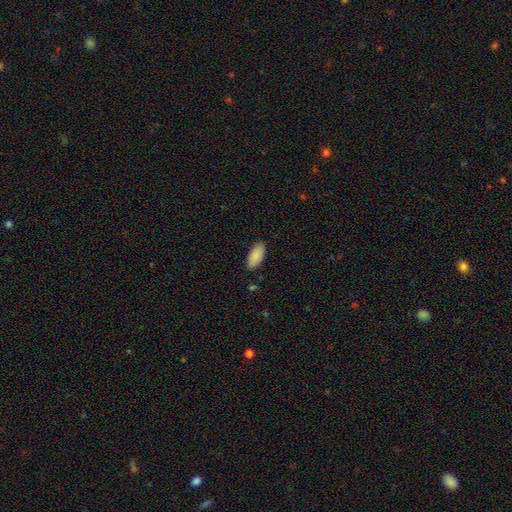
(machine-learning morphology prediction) A smooth galaxy with no disk features (89%) that is in between round and cigar-shaped (90%).

Vote fractions:
- Smooth or featured? smooth: 89% / star or artifact: 6% / featured or disk: 5%
- How rounded? in between: 90% / cigar-shaped: 8% / round: 2%
- Merging? none: 86% / minor disturbance: 11% / major disturbance: 2% / merger: 1%